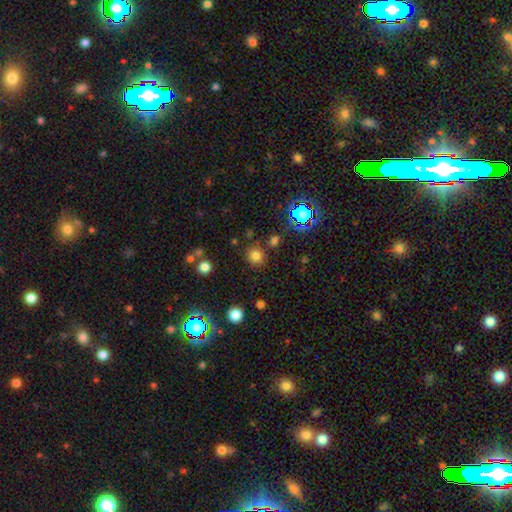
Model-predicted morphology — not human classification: smooth 76%, star or artifact 18%, featured or disk 6%. Down the decision tree: how rounded — round (88%); merging — none (83%).